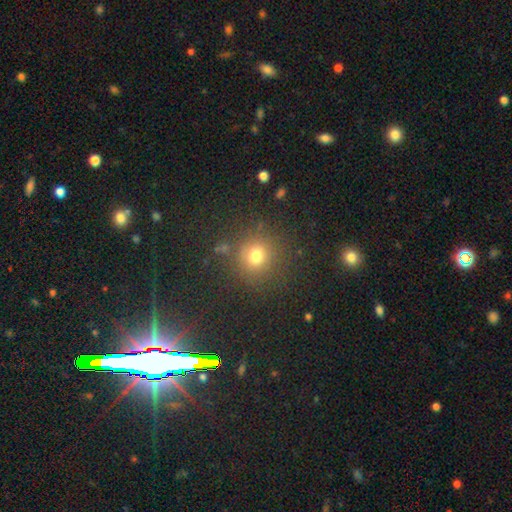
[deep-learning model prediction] Morphology: type=smooth (72%); roundness=round (88%); merging=none (82%).